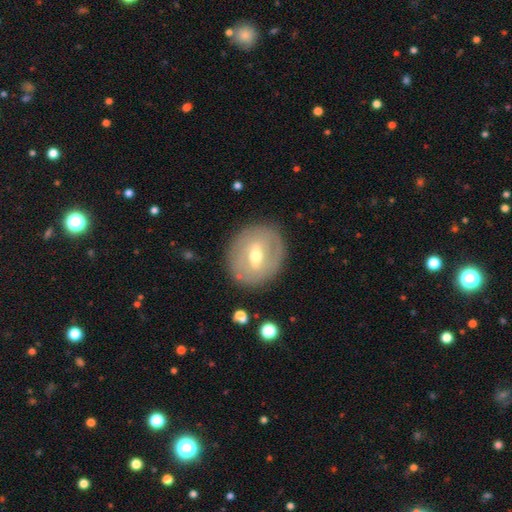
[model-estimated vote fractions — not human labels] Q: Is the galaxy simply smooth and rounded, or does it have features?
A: featured or disk — 63%.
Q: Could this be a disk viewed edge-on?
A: no — 93%.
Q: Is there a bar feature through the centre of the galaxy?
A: weak — 50%.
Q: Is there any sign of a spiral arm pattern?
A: no — 57%.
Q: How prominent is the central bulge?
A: moderate — 65%.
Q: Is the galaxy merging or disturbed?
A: none — 83%.